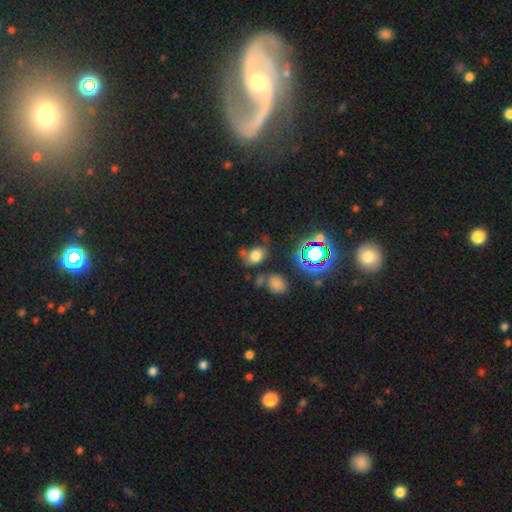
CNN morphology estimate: A smooth galaxy with no disk features (70%) that is in between round and cigar-shaped (60%).

Vote fractions:
- Smooth or featured? smooth: 70% / star or artifact: 20% / featured or disk: 10%
- How rounded? in between: 60% / round: 38% / cigar-shaped: 1%
- Merging? none: 56% / minor disturbance: 19% / merger: 17% / major disturbance: 8%